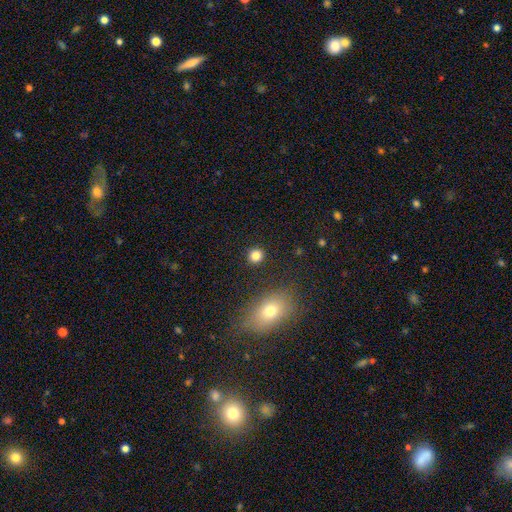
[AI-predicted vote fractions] smooth 83%, star or artifact 12%, featured or disk 5%. Down the decision tree: how rounded — round (89%); merging — none (90%).